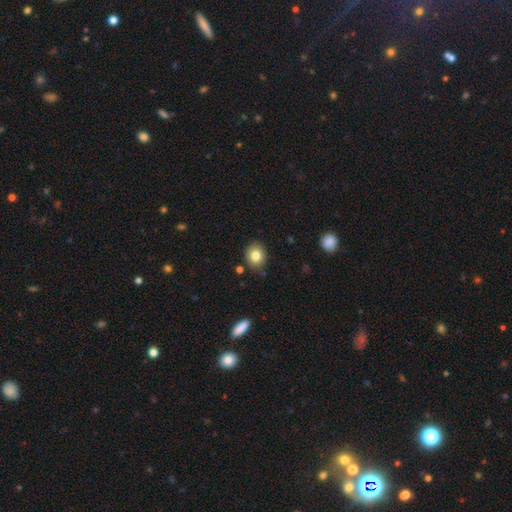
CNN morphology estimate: This is clearly a smooth galaxy (82%). How rounded: likely round (61%). Merging: clearly none (84%).